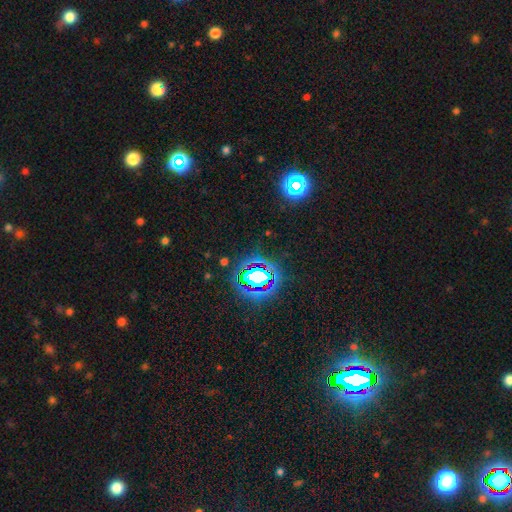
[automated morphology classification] Q: Smooth or featured?
A: star or artifact (81%); runner-up: smooth (12%)